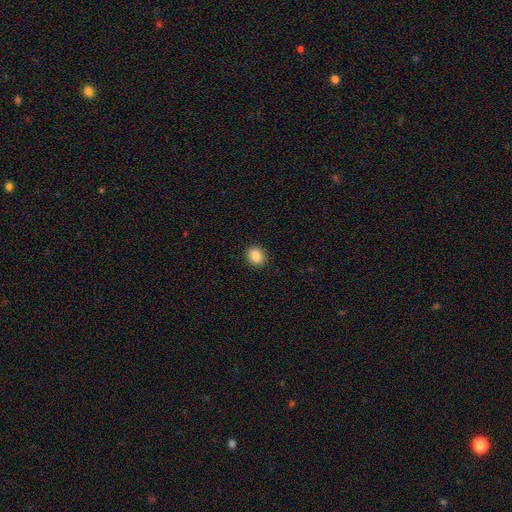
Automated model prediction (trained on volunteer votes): Smooth or featured? smooth (87%)
How rounded? round (61%)
Merging? none (91%)